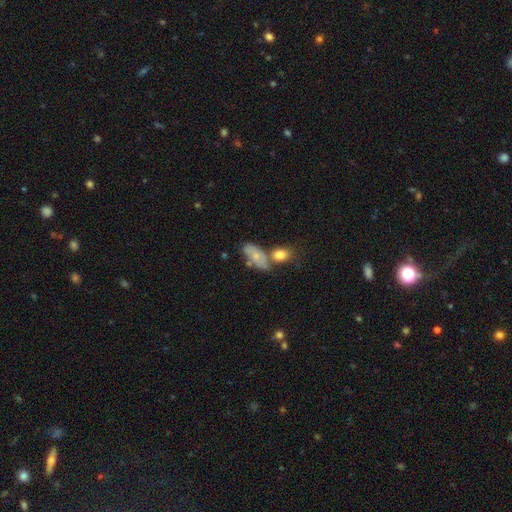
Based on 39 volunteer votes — smooth-or-featured: featured or disk: 51% | smooth: 46% | star or artifact: 3%
  disk-edge-on: no: 90% | yes: 10%
    bar: no: 94% | weak: 6% | strong: 0%
    has-spiral-arms: no: 78% | yes: 22%
    bulge-size: small: 56% | moderate: 33% | large: 6% | none: 6% | dominant: 0%
  merging: minor disturbance: 34% | none: 32% | merger: 26% | major disturbance: 8%